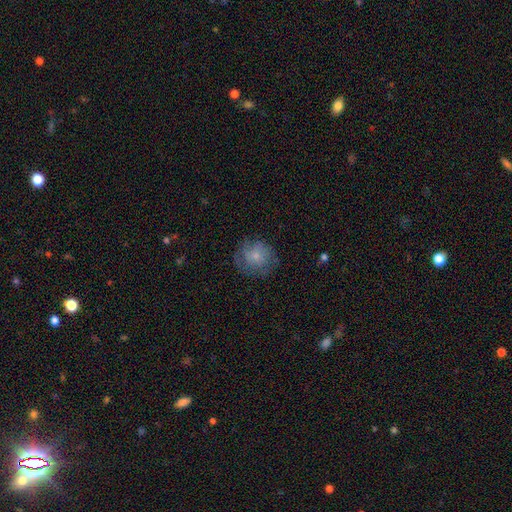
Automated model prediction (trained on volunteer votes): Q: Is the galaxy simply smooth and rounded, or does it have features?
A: smooth — 69%.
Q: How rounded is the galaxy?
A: round — 89%.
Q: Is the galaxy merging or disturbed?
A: none — 71%.